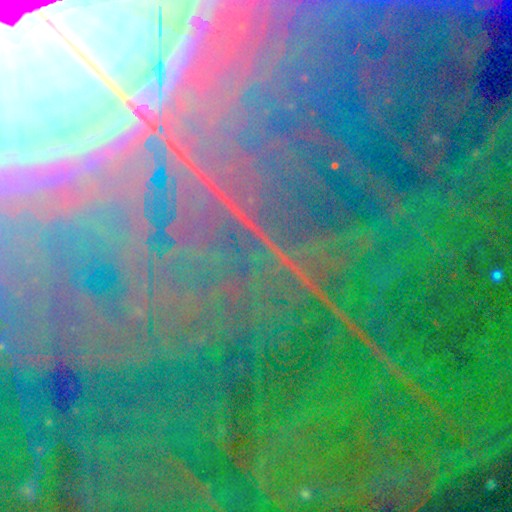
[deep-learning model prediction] Smooth or featured: star or artifact — 85% (featured or disk — 9%)